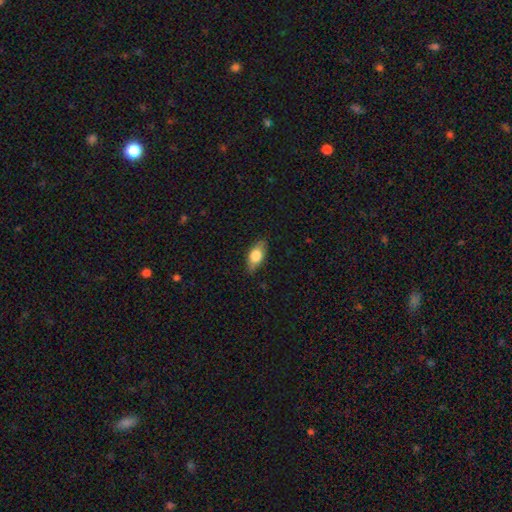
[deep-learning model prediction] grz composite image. It shows a smooth galaxy with no disk features (69%) that is in between round and cigar-shaped (85%). Merging: none (81%).